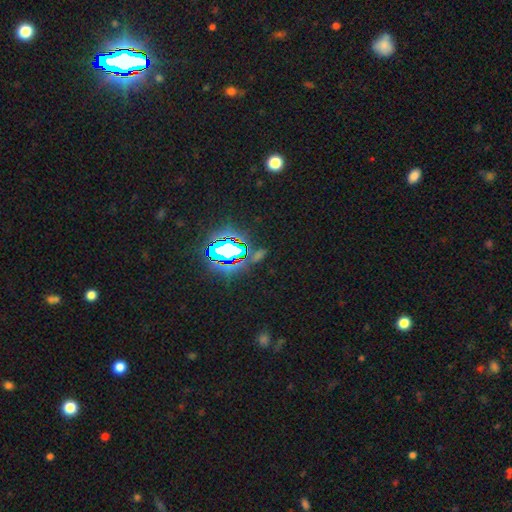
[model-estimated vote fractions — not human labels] Smooth or featured? star or artifact (72%)